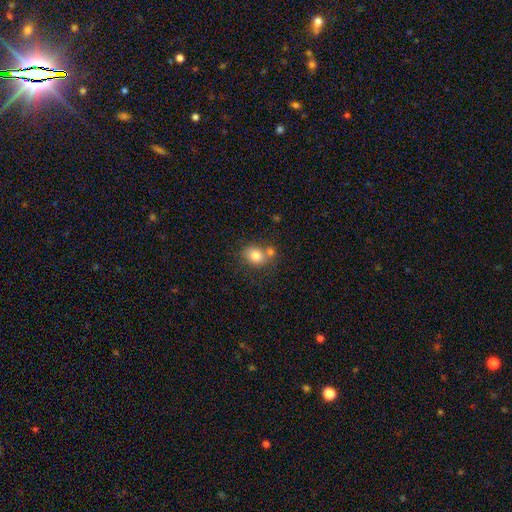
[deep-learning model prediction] smooth 81%, star or artifact 10%, featured or disk 10%. Down the decision tree: how rounded — round (56%); merging — none (55%).